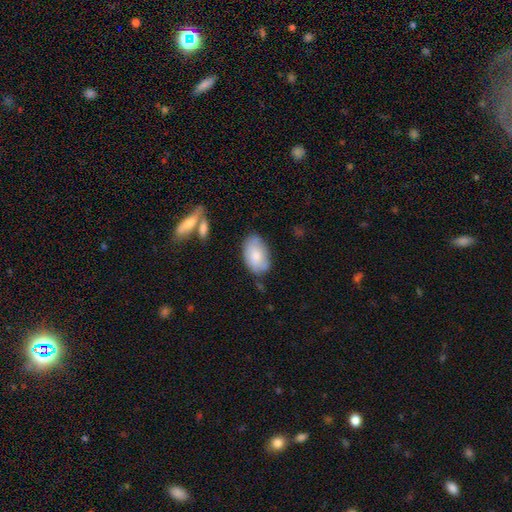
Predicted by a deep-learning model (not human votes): smooth-or-featured: smooth: 77% | featured or disk: 17% | star or artifact: 6%
  how-rounded: in between: 93% | round: 6% | cigar-shaped: 1%
  merging: none: 68% | minor disturbance: 23% | major disturbance: 5% | merger: 5%